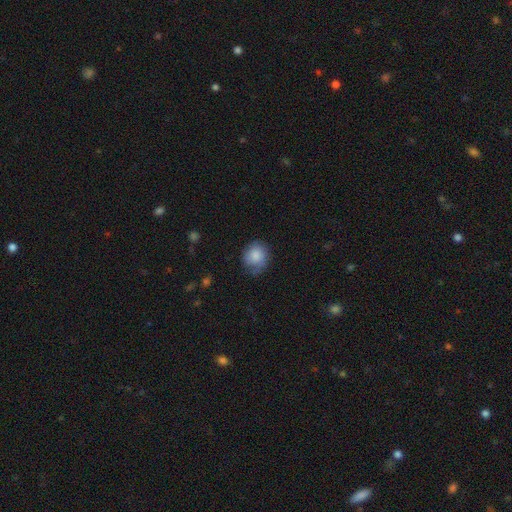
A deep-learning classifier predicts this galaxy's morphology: type=smooth (78%); roundness=round (66%); merging=none (55%).